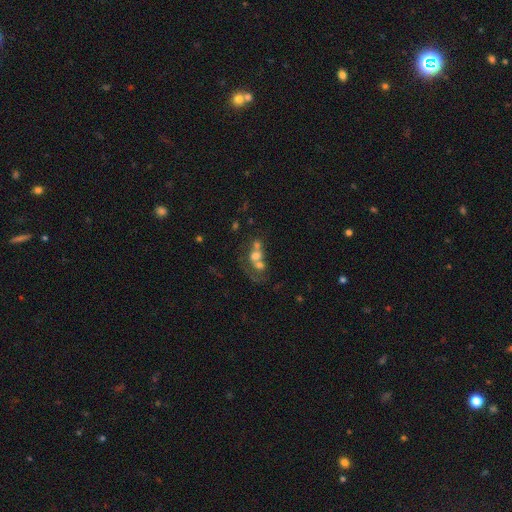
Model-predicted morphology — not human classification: smooth 41% (tied), featured or disk 41% (tied), star or artifact 18%. Down the decision tree: merging — merger (64%).